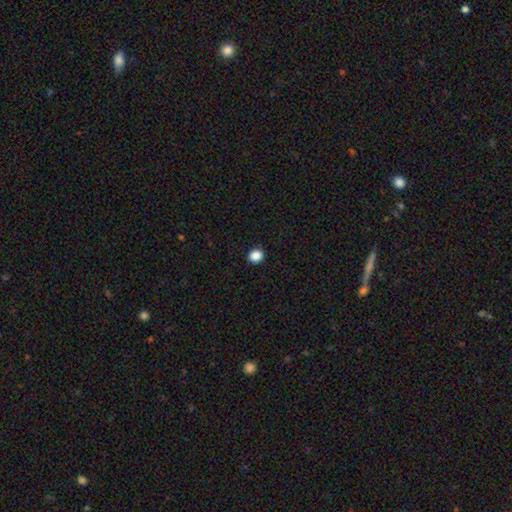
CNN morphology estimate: smooth 88%, star or artifact 10%, featured or disk 3%. Down the decision tree: how rounded — round (77%); merging — none (92%).